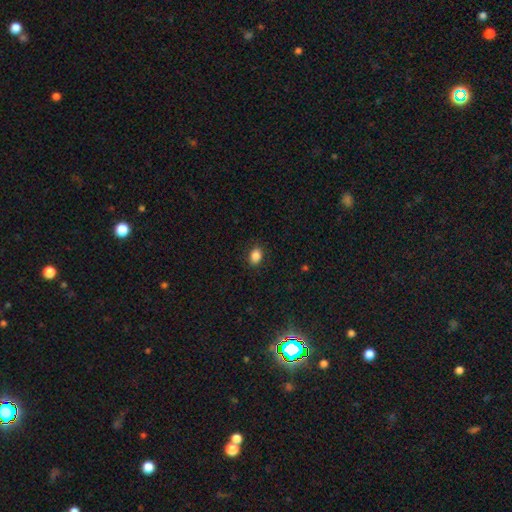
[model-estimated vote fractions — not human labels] Smooth or featured: smooth — 87% (star or artifact — 9%)
How rounded: in between — 73% (round — 26%)
Merging: none — 87% (minor disturbance — 10%)